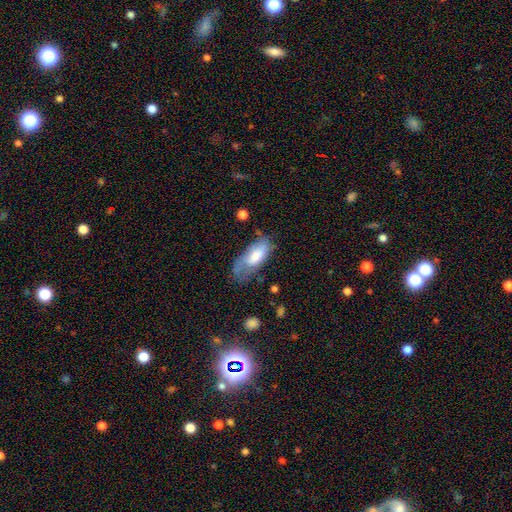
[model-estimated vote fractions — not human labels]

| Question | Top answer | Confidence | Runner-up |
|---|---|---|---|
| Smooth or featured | smooth | 66% | featured or disk (27%) |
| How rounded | in between | 85% | cigar-shaped (13%) |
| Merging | minor disturbance | 34% | none (32%) |